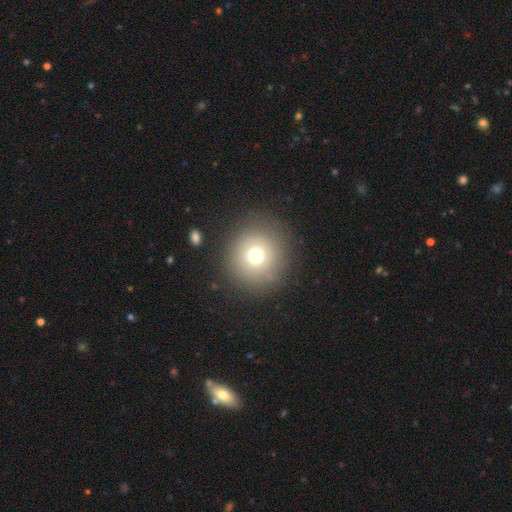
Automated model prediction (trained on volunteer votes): Morphology: type=smooth (72%); roundness=round (93%); merging=none (85%).